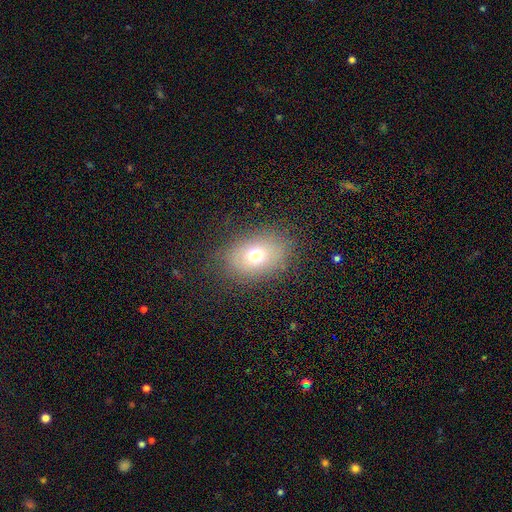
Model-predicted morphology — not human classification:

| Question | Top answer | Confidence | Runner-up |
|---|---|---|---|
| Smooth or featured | smooth | 70% | featured or disk (17%) |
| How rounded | in between | 73% | round (25%) |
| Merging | none | 79% | minor disturbance (13%) |